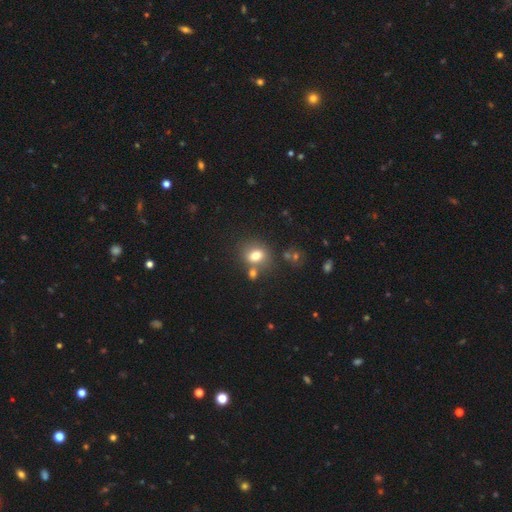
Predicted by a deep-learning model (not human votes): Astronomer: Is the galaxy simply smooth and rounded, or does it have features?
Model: smooth — 76%.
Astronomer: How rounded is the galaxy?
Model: in between — 53% (runner-up: round, 45%).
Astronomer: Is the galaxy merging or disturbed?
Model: none — 64%.